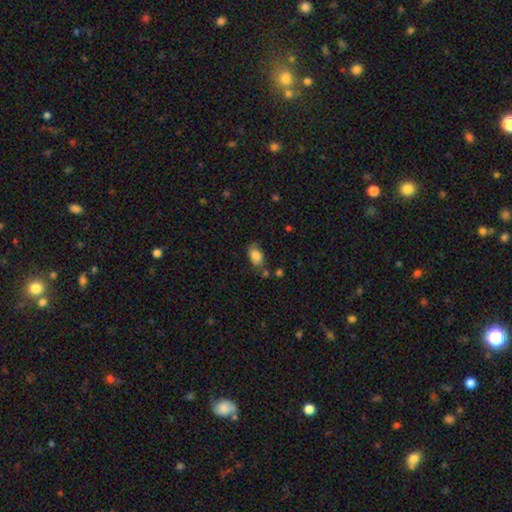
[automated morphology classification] A smooth galaxy with no disk features (84%) that is in between round and cigar-shaped (87%).

Vote fractions:
- Smooth or featured? smooth: 84% / star or artifact: 8% / featured or disk: 7%
- How rounded? in between: 87% / round: 12% / cigar-shaped: 2%
- Merging? none: 64% / minor disturbance: 22% / merger: 8% / major disturbance: 6%